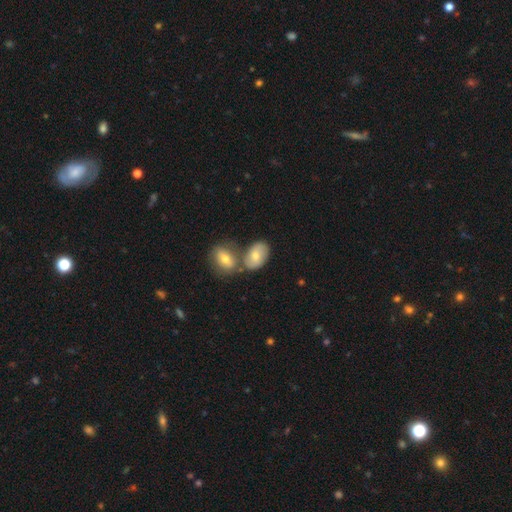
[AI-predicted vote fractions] This appears to be a smooth galaxy with no disk features (65%) that is in between round and cigar-shaped (87%). Merging: merger (48%).